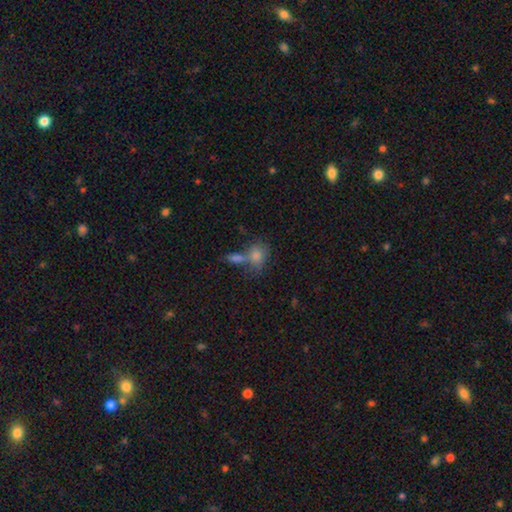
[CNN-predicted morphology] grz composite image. It shows a smooth galaxy with no disk features (73%) that is in between round and cigar-shaped (61%). Merging: none (41%).